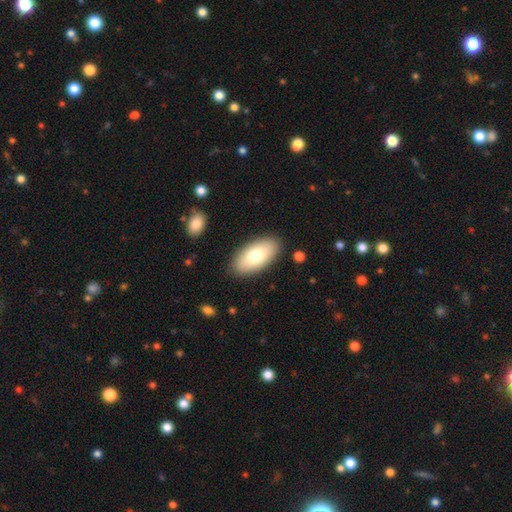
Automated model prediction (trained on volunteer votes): Overall: smooth (75%). How rounded: in between (94%). Merging: none (87%).